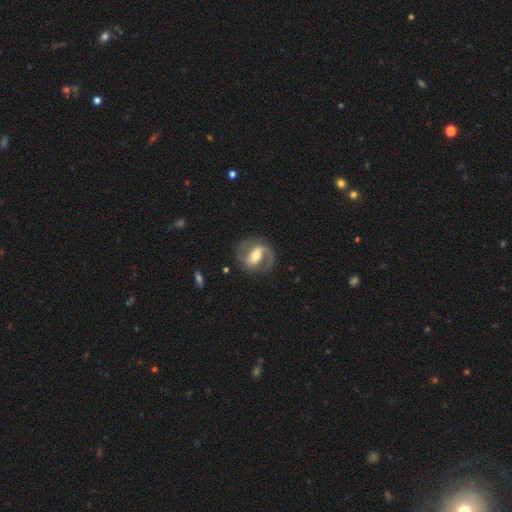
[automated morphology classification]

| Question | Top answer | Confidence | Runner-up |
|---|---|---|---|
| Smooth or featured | featured or disk | 84% | smooth (11%) |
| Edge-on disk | no | 97% | yes (3%) |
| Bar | strong | 49% | weak (35%) |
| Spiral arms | yes | 92% | no (8%) |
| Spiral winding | medium | 52% | tight (28%) |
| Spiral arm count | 2 | 81% | 1 (12%) |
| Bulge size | moderate | 67% | small (23%) |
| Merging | none | 79% | minor disturbance (12%) |